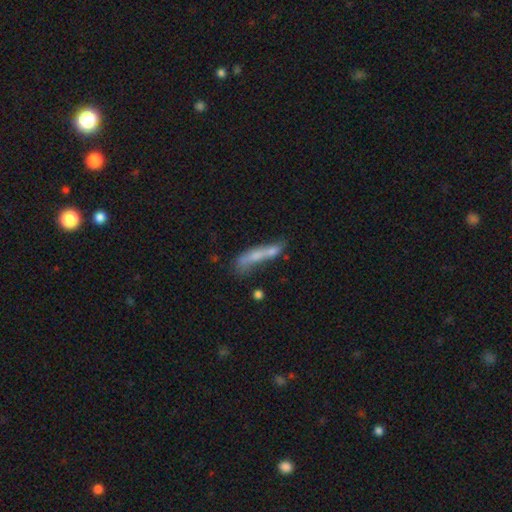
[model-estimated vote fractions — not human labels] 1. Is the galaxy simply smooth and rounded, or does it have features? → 57% smooth, 33% featured or disk, 10% star or artifact.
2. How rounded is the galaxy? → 80% cigar-shaped, 17% in between, 2% round.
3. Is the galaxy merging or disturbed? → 34% none, 26% merger, 21% minor disturbance, 18% major disturbance.